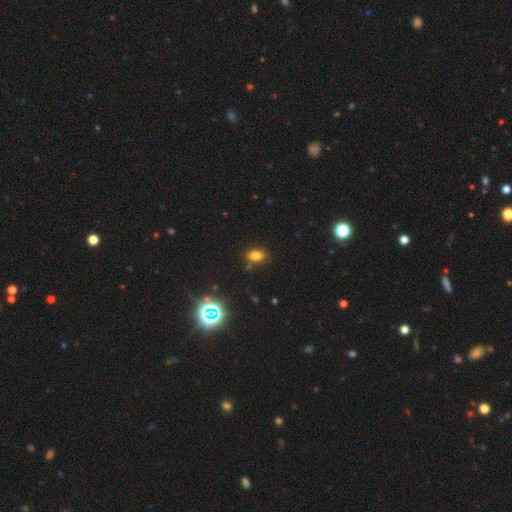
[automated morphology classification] Smooth or featured? Predicted: smooth (p=0.73). How rounded? Predicted: in between (p=0.78). Merging? Predicted: none (p=0.80).